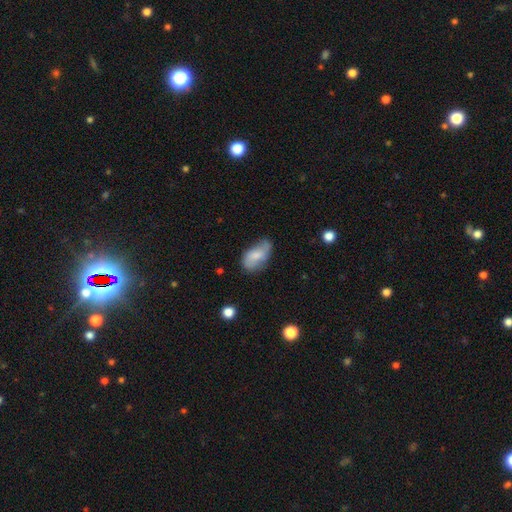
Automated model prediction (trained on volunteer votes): smooth-or-featured: smooth: 64% | featured or disk: 29% | star or artifact: 7%
  how-rounded: in between: 92% | round: 5% | cigar-shaped: 3%
  merging: none: 54% | minor disturbance: 33% | major disturbance: 10% | merger: 3%